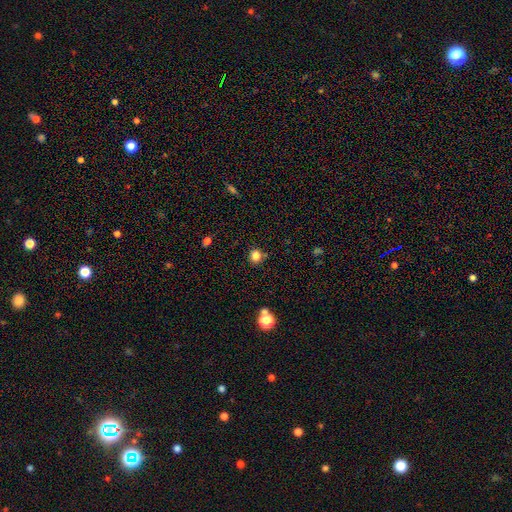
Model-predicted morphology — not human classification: This is clearly a smooth galaxy (81%). How rounded: clearly round (88%). Merging: clearly none (84%).